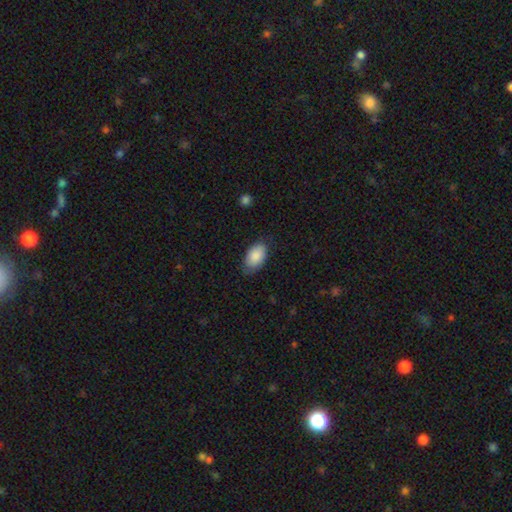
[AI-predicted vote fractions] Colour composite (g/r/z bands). It shows a smooth galaxy with no disk features (87%) that is in between round and cigar-shaped (94%). Merging: none (74%).